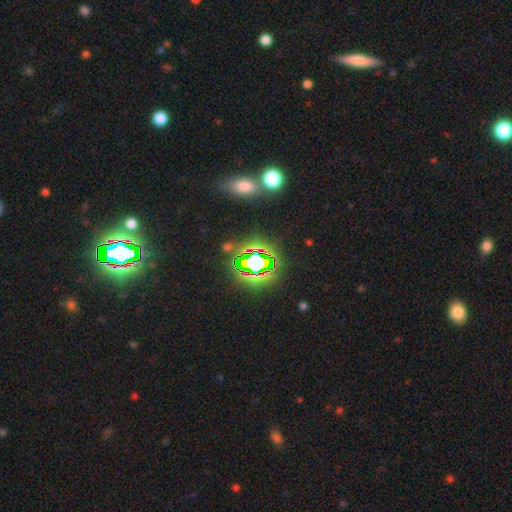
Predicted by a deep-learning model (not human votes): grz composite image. It shows a star or artifact, not a galaxy (75%).